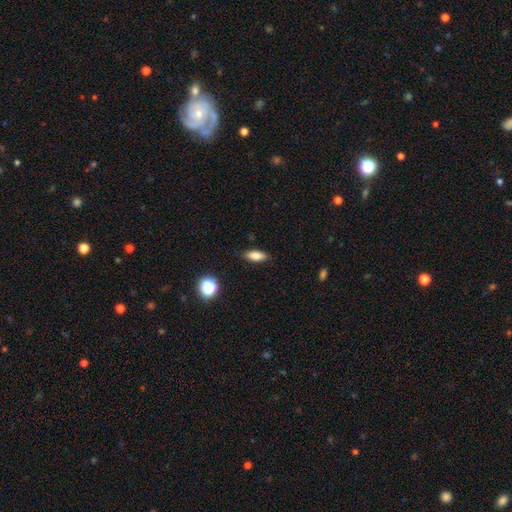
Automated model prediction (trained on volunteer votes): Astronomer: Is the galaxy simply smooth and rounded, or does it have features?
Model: smooth — 81%.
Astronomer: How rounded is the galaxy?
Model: in between — 72%.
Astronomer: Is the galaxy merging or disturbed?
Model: none — 87%.